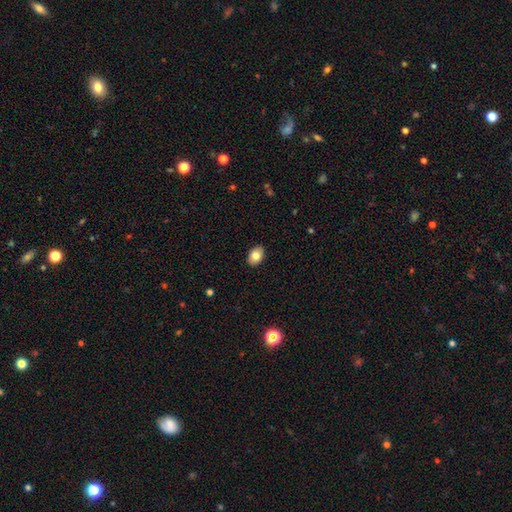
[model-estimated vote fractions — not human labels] The model was most divided on "how rounded": in between: 83%, round: 16%, cigar-shaped: 1%. More confident: merging — none (89%); smooth or featured — smooth (80%).